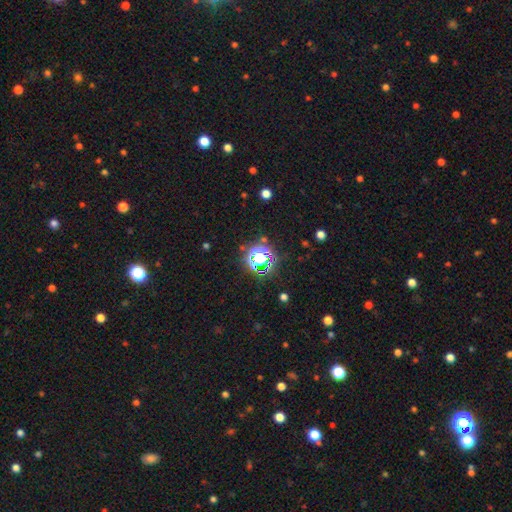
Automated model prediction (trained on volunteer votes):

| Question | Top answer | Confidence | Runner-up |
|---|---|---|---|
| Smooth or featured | star or artifact | 63% | smooth (27%) |